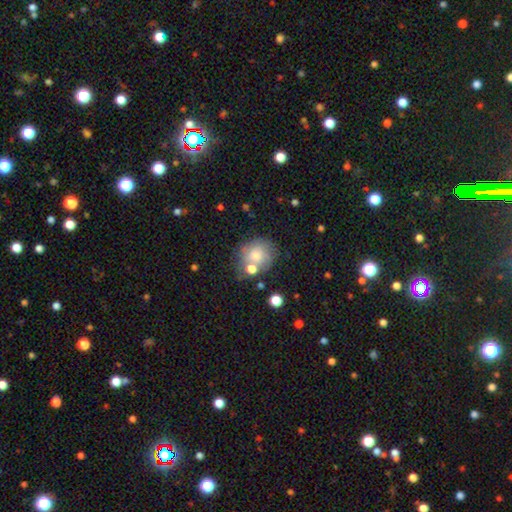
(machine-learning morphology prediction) smooth_or_featured: smooth (p=0.67) [alt: featured or disk p=0.22]
how_rounded: round (p=0.78) [alt: in between p=0.22]
merging: none (p=0.53) [alt: merger p=0.20]